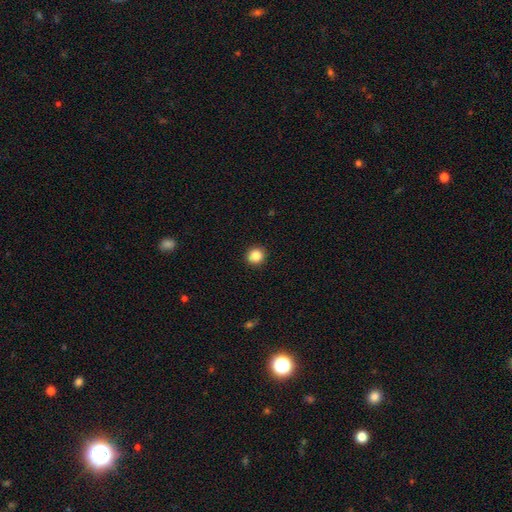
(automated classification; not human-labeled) A smooth galaxy with no disk features (86%) that is round (93%).

Vote fractions:
- Smooth or featured? smooth: 86% / star or artifact: 10% / featured or disk: 4%
- How rounded? round: 93% / in between: 6% / cigar-shaped: 1%
- Merging? none: 93% / minor disturbance: 5% / major disturbance: 2% / merger: 1%